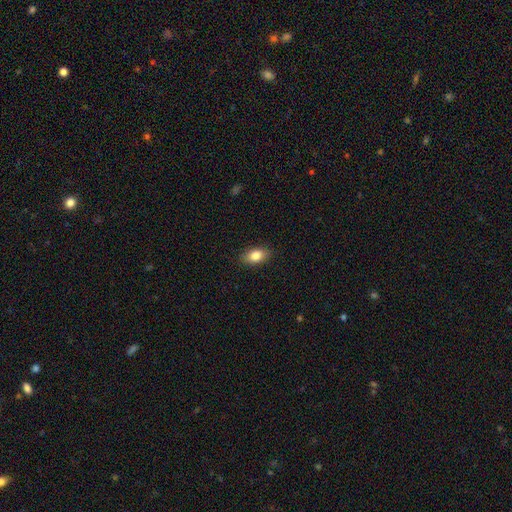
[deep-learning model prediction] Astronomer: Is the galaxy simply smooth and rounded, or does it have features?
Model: smooth — 85%.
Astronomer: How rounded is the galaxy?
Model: in between — 89%.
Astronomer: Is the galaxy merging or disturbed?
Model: none — 88%.